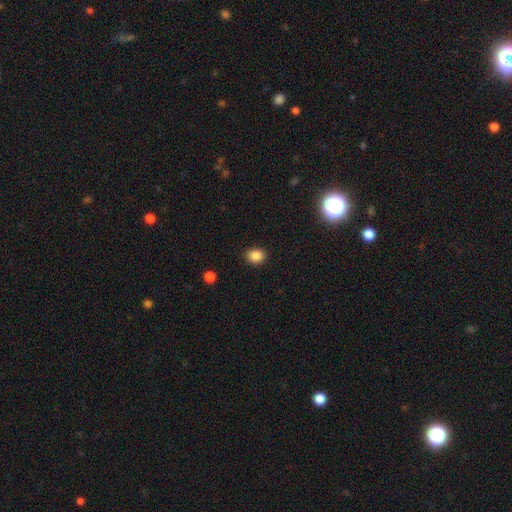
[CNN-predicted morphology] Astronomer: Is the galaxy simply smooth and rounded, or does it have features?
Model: smooth — 86%.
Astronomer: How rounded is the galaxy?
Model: round — 51% (runner-up: in between, 48%).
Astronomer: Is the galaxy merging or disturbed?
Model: none — 89%.